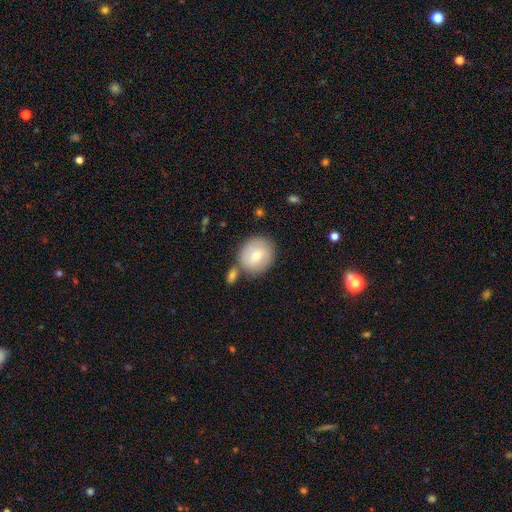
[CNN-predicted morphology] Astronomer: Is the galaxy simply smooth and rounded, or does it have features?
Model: smooth — 74%.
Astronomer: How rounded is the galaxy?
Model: round — 85%.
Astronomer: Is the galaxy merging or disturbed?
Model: none — 68%.